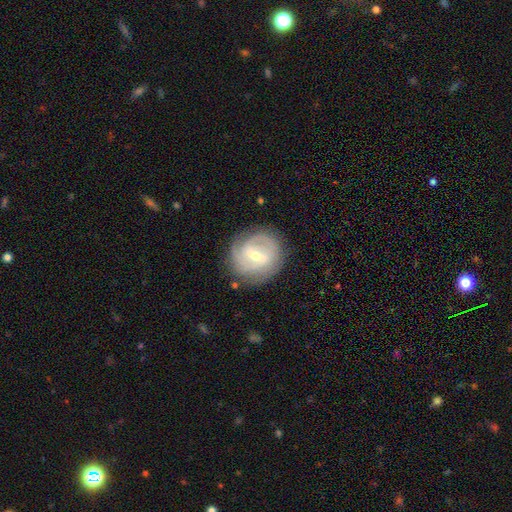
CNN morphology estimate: Q: Smooth or featured?
A: featured or disk (78%); runner-up: smooth (16%)
Q: Edge-on disk?
A: no (97%); runner-up: yes (3%)
Q: Bar?
A: weak (54%); runner-up: strong (33%)
Q: Spiral arms?
A: yes (88%); runner-up: no (12%)
Q: Spiral winding?
A: tight (57%); runner-up: medium (32%)
Q: Spiral arm count?
A: 2 (41%); runner-up: can't tell (30%)
Q: Bulge size?
A: moderate (49%); runner-up: small (47%)
Q: Merging?
A: none (77%); runner-up: minor disturbance (15%)